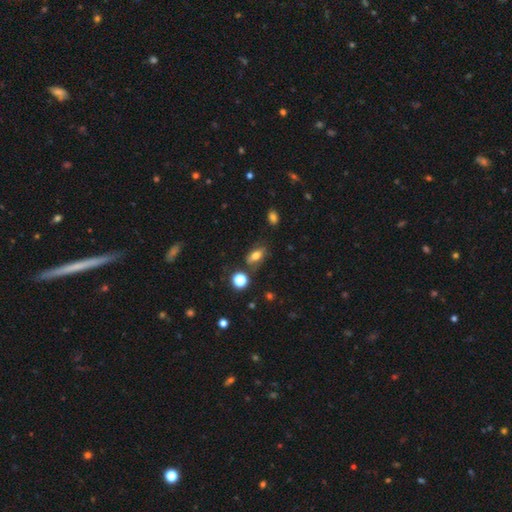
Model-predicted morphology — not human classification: A smooth galaxy with no disk features (69%) that is in between round and cigar-shaped (80%).

Vote fractions:
- Smooth or featured? smooth: 69% / featured or disk: 18% / star or artifact: 12%
- How rounded? in between: 80% / round: 10% / cigar-shaped: 10%
- Merging? none: 71% / minor disturbance: 18% / merger: 6% / major disturbance: 5%